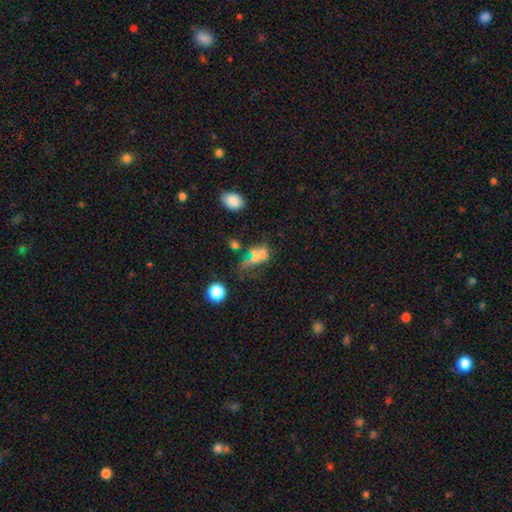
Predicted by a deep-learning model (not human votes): The model was most divided on "merging": merger: 39%, none: 25%, major disturbance: 23%, minor disturbance: 13%. Remaining: smooth or featured — smooth (49%).